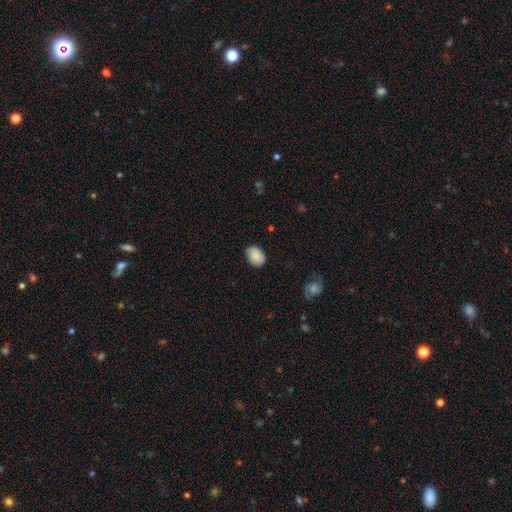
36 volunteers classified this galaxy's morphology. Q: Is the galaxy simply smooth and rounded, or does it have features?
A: smooth — 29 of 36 (81%).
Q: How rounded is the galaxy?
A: in between — 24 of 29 (83%).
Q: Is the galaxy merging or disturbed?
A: none — 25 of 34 (74%).